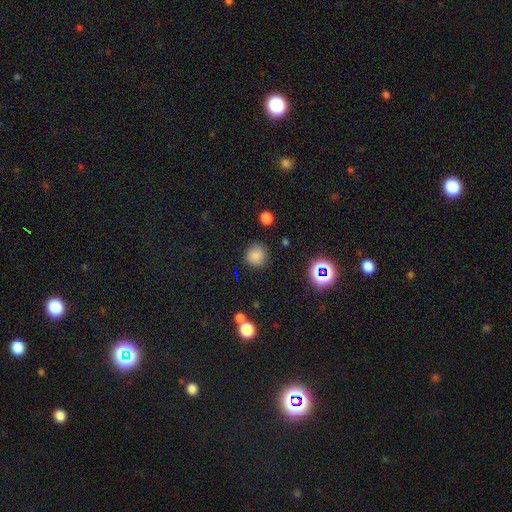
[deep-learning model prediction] Smooth or featured? Predicted: smooth (p=0.80). How rounded? Predicted: round (p=0.92). Merging? Predicted: none (p=0.87).